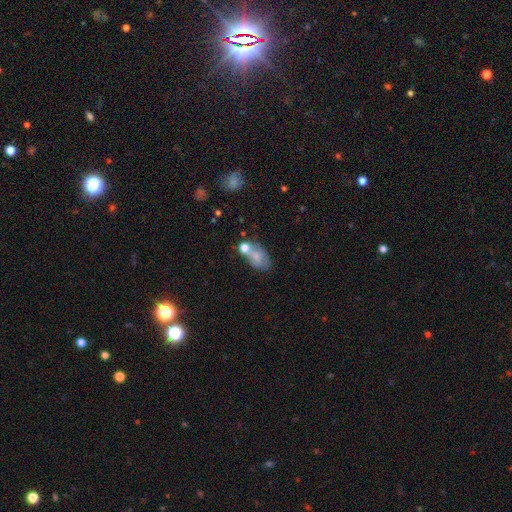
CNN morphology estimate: Smooth or featured? Predicted: smooth (p=0.61). How rounded? Predicted: in between (p=0.87). Merging? Predicted: none (p=0.34).